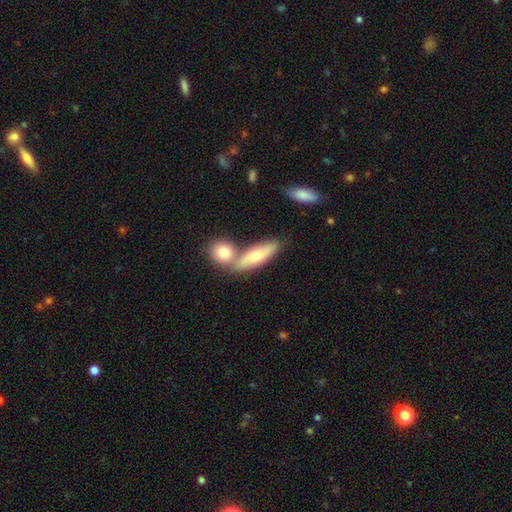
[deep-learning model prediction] Smooth or featured: smooth — 66% (featured or disk — 28%)
How rounded: in between — 55% (cigar-shaped — 38%)
Merging: none — 49% (merger — 36%)